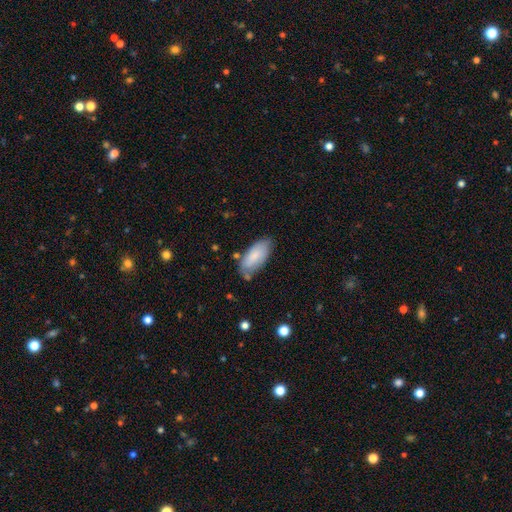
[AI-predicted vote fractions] Smooth or featured? smooth (76%)
How rounded? in between (88%)
Merging? none (64%)